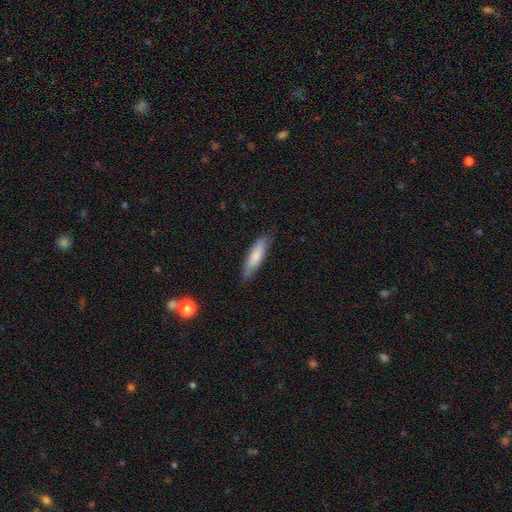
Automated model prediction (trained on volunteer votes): This is likely a smooth galaxy (77%). How rounded: likely cigar-shaped (72%). Merging: clearly none (82%).